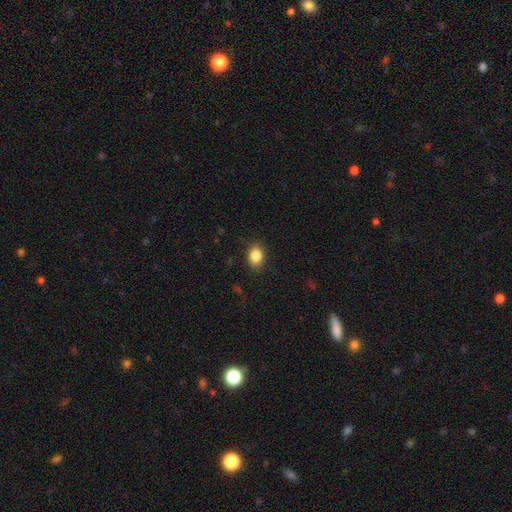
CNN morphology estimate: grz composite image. It shows a smooth galaxy with no disk features (86%) that is in between round and cigar-shaped (72%). Merging: none (85%).